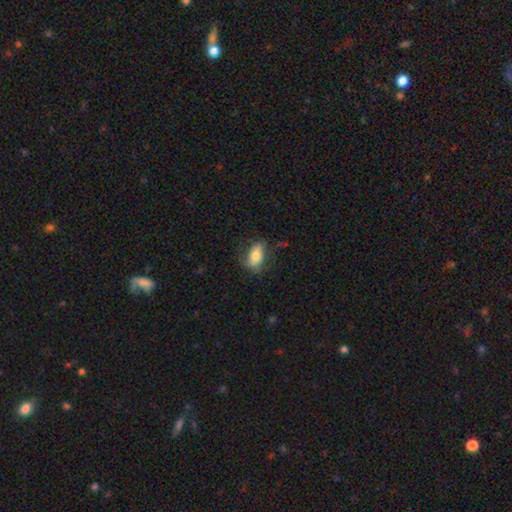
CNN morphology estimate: Smooth or featured? Predicted: smooth (p=0.72). How rounded? Predicted: in between (p=0.85). Merging? Predicted: none (p=0.66).